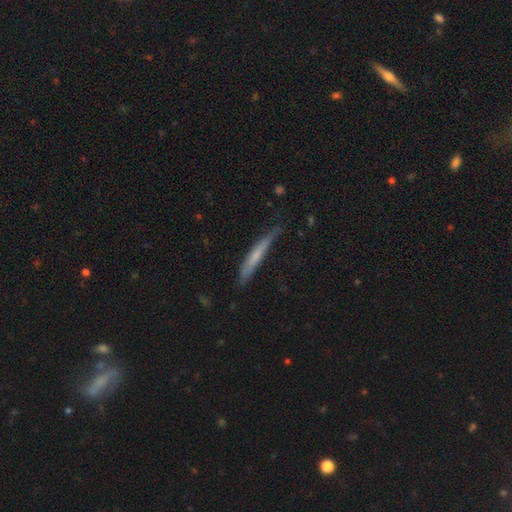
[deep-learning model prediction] smooth 56%, featured or disk 38%, star or artifact 6%. Down the decision tree: how rounded — cigar-shaped (95%); merging — none (69%).